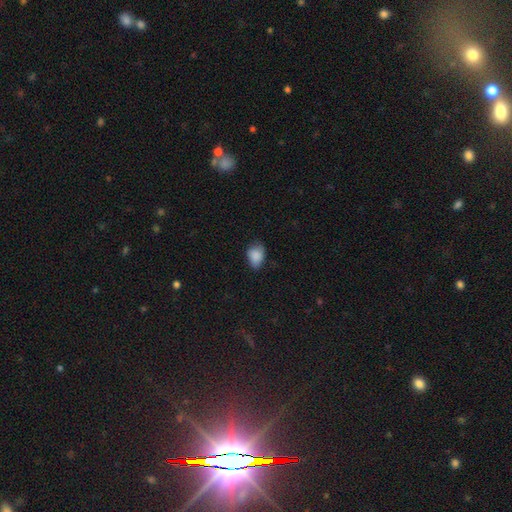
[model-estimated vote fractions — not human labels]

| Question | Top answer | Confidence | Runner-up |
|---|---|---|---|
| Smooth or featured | smooth | 86% | star or artifact (8%) |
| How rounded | in between | 74% | round (25%) |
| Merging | none | 60% | minor disturbance (32%) |